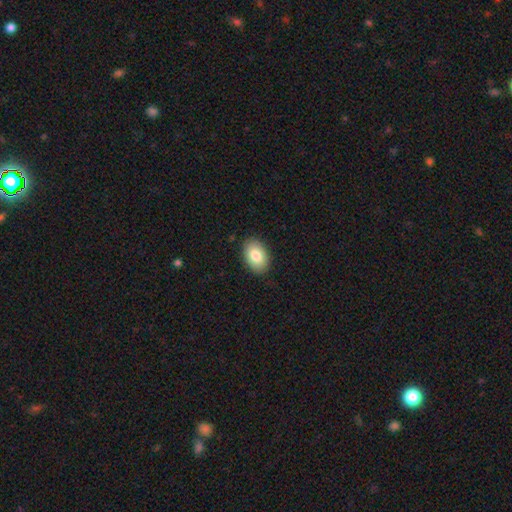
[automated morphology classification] Overall: smooth (83%). How rounded: in between (89%). Merging: none (87%).